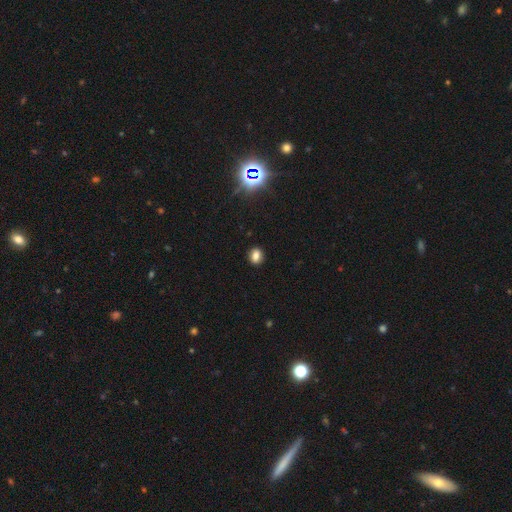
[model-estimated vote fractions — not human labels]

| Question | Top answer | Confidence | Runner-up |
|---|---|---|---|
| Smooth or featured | smooth | 80% | star or artifact (13%) |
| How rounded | round | 57% | in between (42%) |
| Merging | none | 90% | minor disturbance (7%) |